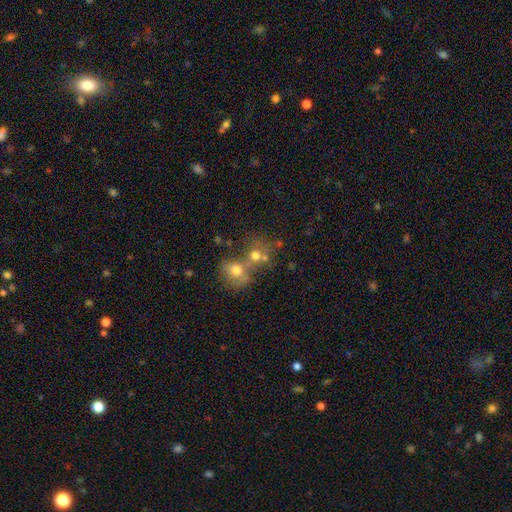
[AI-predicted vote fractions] Overall: smooth (65%). How rounded: round (73%). Merging: merger (58%; none 30%).